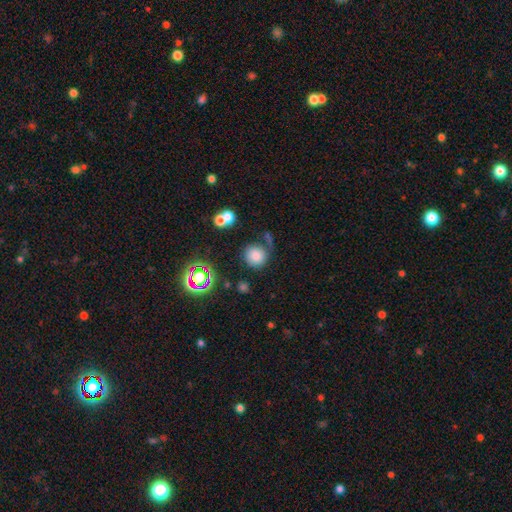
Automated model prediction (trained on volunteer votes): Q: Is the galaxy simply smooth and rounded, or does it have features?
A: smooth — 76%.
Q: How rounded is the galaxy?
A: round — 89%.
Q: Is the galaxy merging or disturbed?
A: none — 61%.